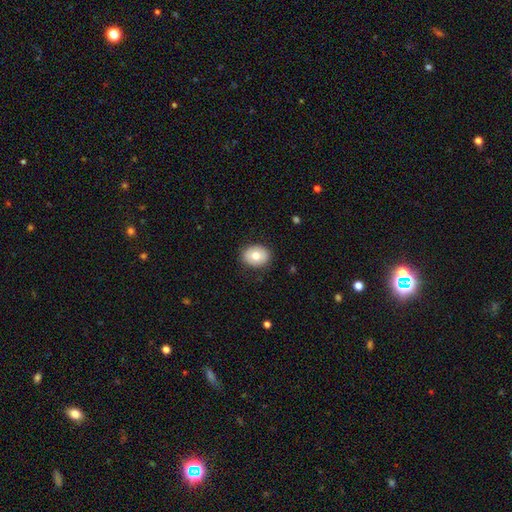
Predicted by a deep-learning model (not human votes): Smooth or featured? smooth (74%)
How rounded? in between (50%)
Merging? none (86%)